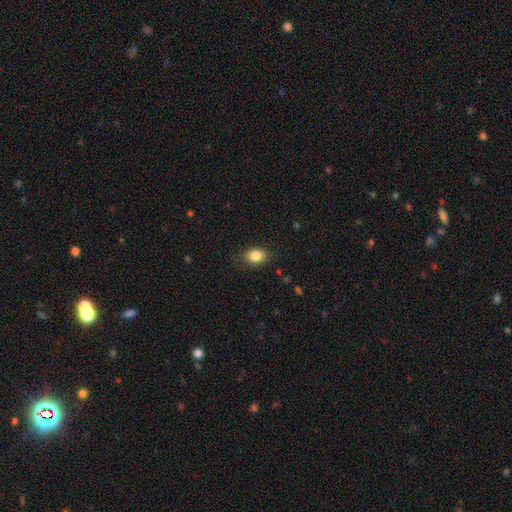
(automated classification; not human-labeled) The model was most divided on "how rounded": in between: 63%, round: 36%, cigar-shaped: 1%. More confident: smooth or featured — smooth (84%); merging — none (82%).